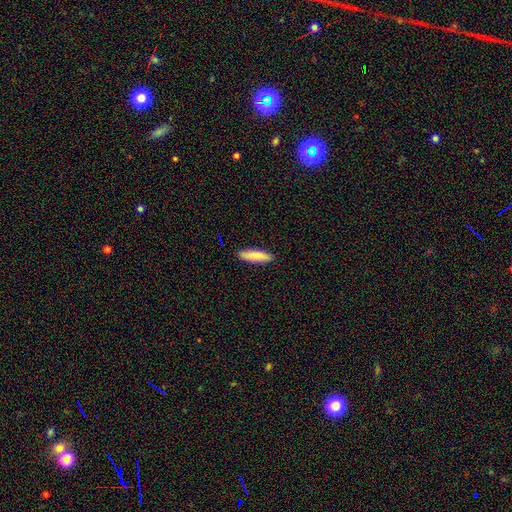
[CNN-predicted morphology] Overall: smooth (83%). How rounded: cigar-shaped (73%). Merging: none (91%).